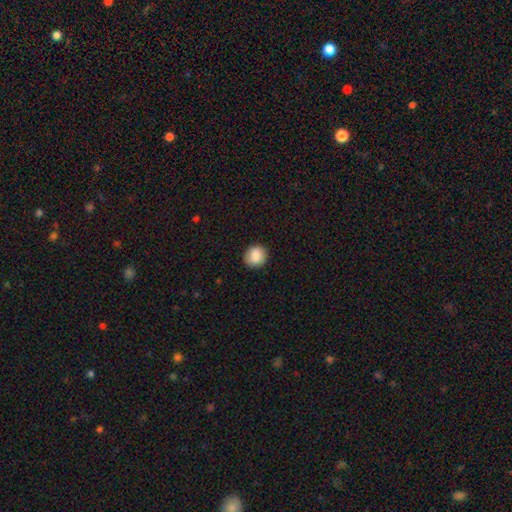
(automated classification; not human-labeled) Smooth or featured?
  - smooth: 87% *
  - star or artifact: 8%
  - featured or disk: 5%
How rounded?
  - round: 85% *
  - in between: 14%
  - cigar-shaped: 1%
Merging?
  - none: 89% *
  - minor disturbance: 8%
  - major disturbance: 2%
  - merger: 1%